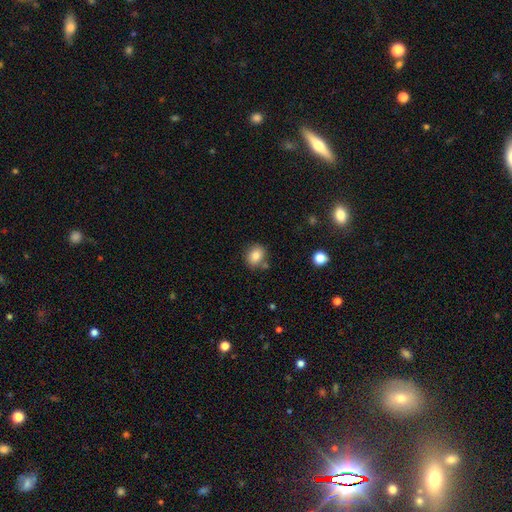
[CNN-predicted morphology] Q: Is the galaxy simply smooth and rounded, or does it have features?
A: smooth — 83%.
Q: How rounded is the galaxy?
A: round — 56%.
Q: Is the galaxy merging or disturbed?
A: none — 76%.